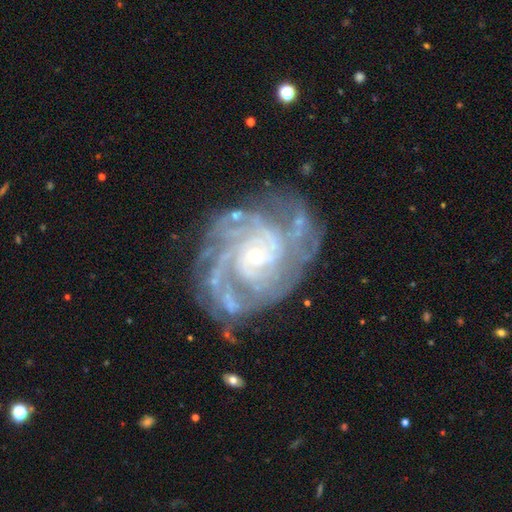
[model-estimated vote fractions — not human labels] Q: Smooth or featured?
A: featured or disk (91%); runner-up: star or artifact (5%)
Q: Edge-on disk?
A: no (98%); runner-up: yes (2%)
Q: Bar?
A: no (71%); runner-up: weak (22%)
Q: Spiral arms?
A: yes (98%); runner-up: no (2%)
Q: Spiral winding?
A: tight (69%); runner-up: medium (27%)
Q: Spiral arm count?
A: 4 (27%); runner-up: can't tell (19%)
Q: Bulge size?
A: small (74%); runner-up: moderate (22%)
Q: Merging?
A: none (69%); runner-up: minor disturbance (19%)